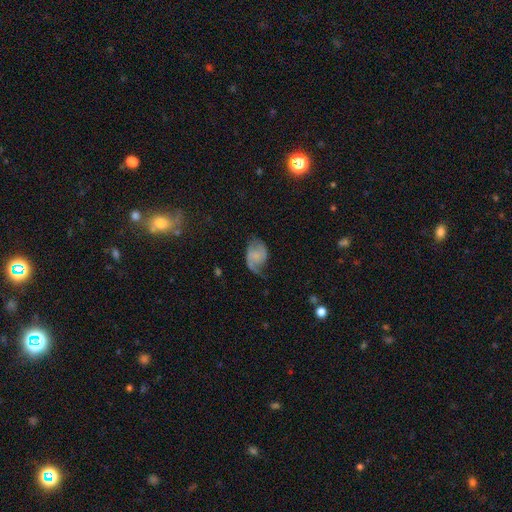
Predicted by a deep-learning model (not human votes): Smooth or featured? featured or disk (67%)
Edge-on disk? no (98%)
Bar? no (61%)
Spiral arms? yes (91%)
Spiral winding? loose (43%)
Spiral arm count? 2 (84%)
Bulge size? none (46%)
Merging? none (55%)